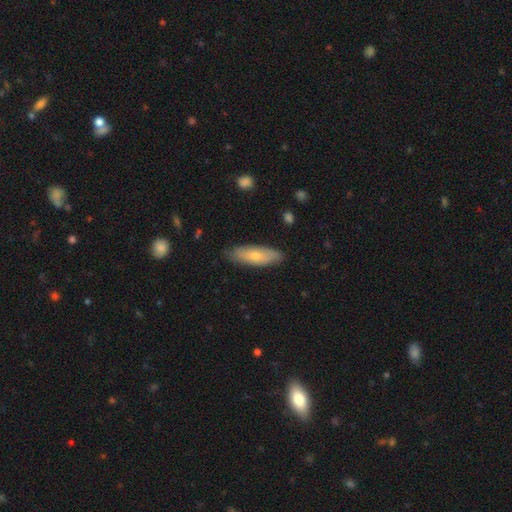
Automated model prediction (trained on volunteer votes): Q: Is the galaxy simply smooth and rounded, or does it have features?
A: smooth — 67%.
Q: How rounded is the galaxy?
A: in between — 55%.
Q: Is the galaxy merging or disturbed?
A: none — 84%.